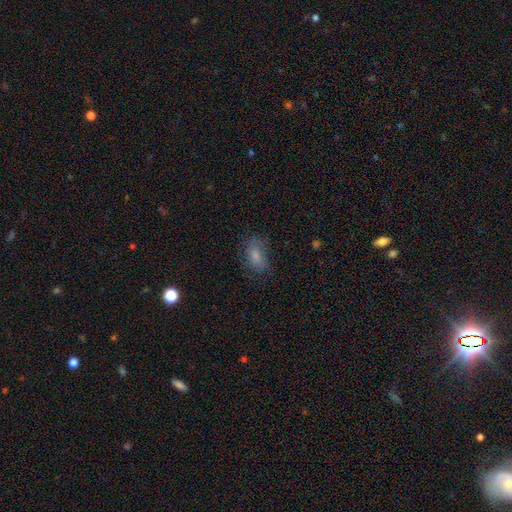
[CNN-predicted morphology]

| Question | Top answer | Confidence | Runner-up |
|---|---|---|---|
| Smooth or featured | smooth | 78% | featured or disk (12%) |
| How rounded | in between | 88% | round (10%) |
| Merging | none | 65% | minor disturbance (23%) |